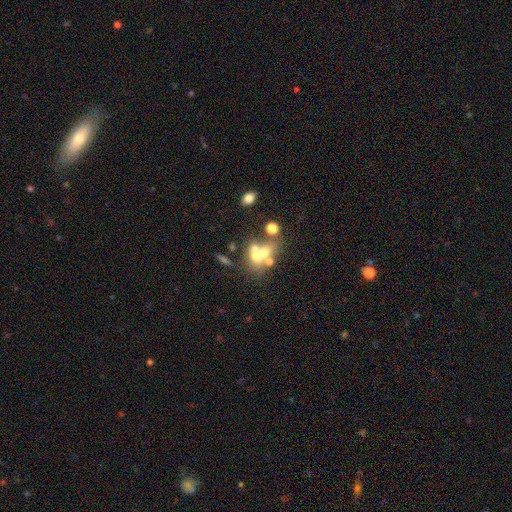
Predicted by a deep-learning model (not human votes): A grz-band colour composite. It shows a smooth galaxy with no disk features (47%). Merging: merger (56%).